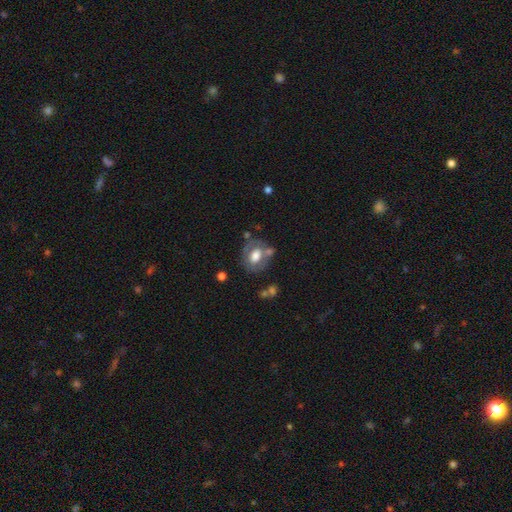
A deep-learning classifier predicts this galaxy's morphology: This is possibly a smooth galaxy (54%). How rounded: possibly in between (55%). Merging: possibly none (56%).